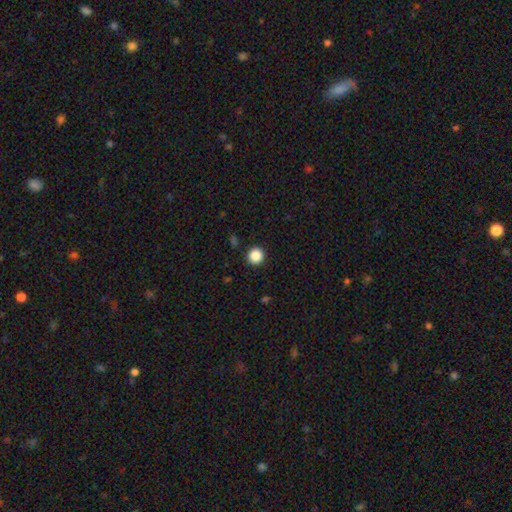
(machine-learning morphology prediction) This appears to be a smooth galaxy with no disk features (86%) that is round (95%). Merging: none (92%).